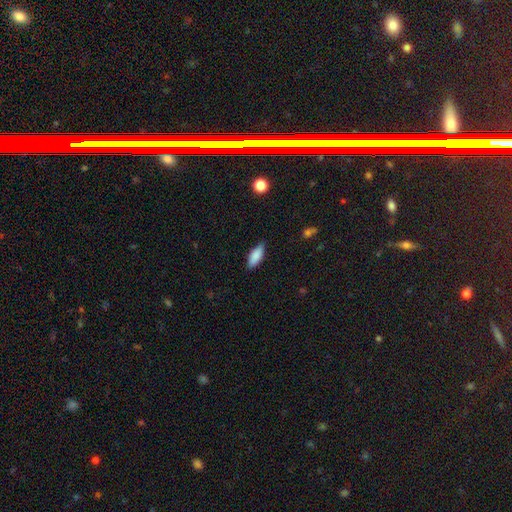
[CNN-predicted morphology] This appears to be a smooth galaxy with no disk features (85%) that is in between round and cigar-shaped (75%). Merging: none (82%).